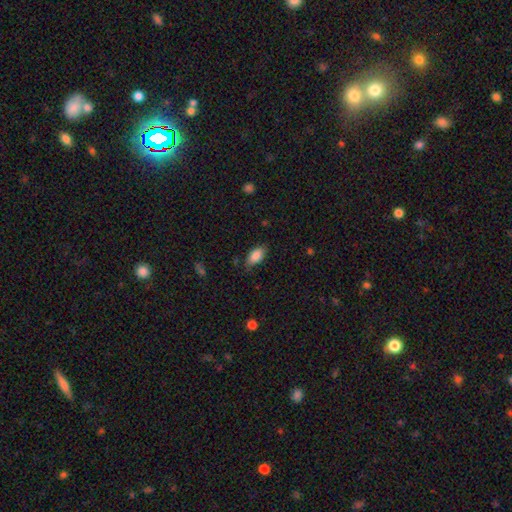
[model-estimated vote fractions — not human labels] Morphology: type=smooth (86%); roundness=in between (91%); merging=none (75%).